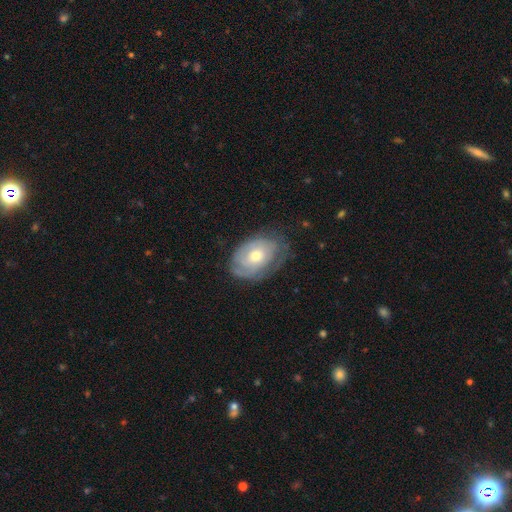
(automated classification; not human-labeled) Smooth or featured: featured or disk — 66% (smooth — 27%)
Edge-on disk: no — 95% (yes — 5%)
Bar: no — 79% (weak — 17%)
Spiral arms: yes — 77% (no — 23%)
Bulge size: moderate — 60% (small — 35%)
Merging: none — 66% (minor disturbance — 24%)